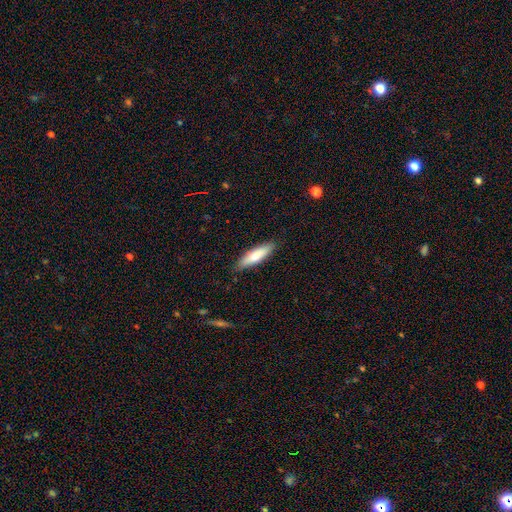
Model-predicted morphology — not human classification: smooth 75%, featured or disk 19%, star or artifact 5%. Down the decision tree: how rounded — cigar-shaped (64%); merging — none (86%).